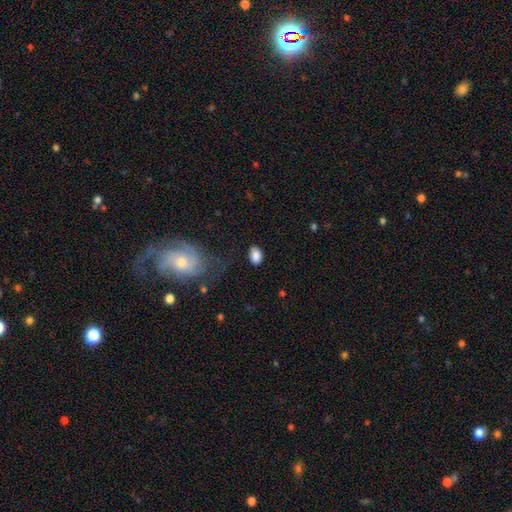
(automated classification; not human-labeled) smooth_or_featured: smooth (p=0.86) [alt: star or artifact p=0.08]
how_rounded: in between (p=0.84) [alt: round p=0.15]
merging: none (p=0.78) [alt: minor disturbance p=0.15]